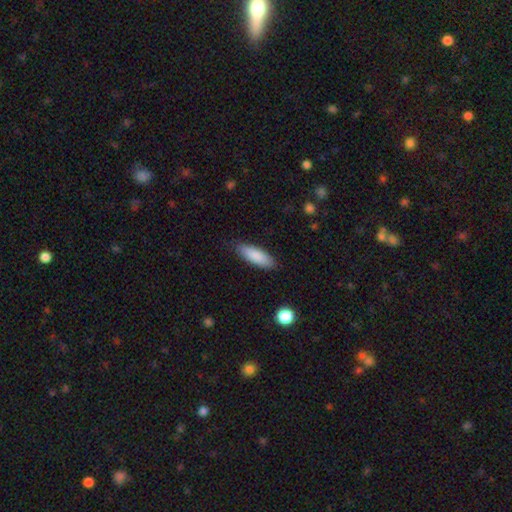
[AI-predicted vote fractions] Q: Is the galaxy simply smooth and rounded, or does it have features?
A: smooth — 87%.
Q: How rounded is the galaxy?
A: in between — 59%.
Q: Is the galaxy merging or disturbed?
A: none — 84%.